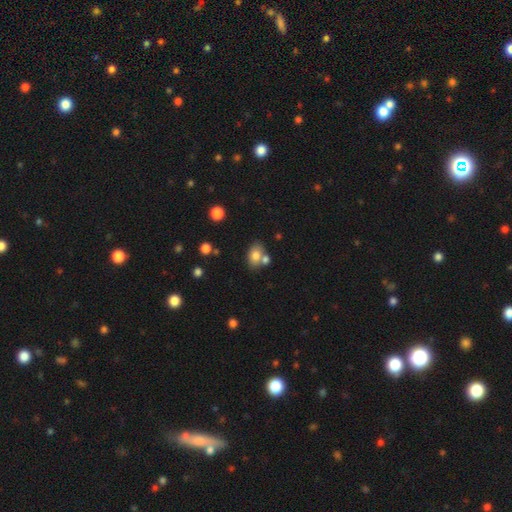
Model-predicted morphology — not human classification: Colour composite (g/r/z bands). It shows a smooth galaxy with no disk features (77%) that is in between round and cigar-shaped (81%). Merging: none (56%).